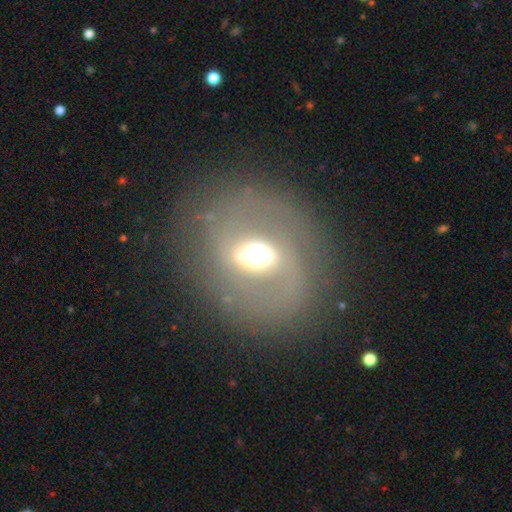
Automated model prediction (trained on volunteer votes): Smooth or featured? Predicted: featured or disk (p=0.59). Edge-on disk? Predicted: no (p=0.88). Bar? Predicted: strong (p=0.40). Spiral arms? Predicted: no (p=0.66). Bulge size? Predicted: moderate (p=0.52). Merging? Predicted: none (p=0.75).